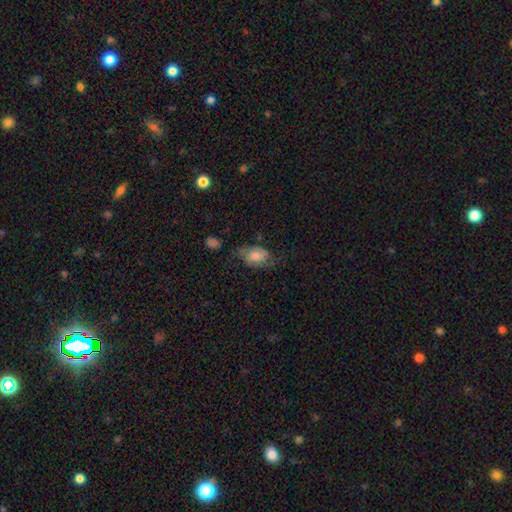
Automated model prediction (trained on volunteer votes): smooth-or-featured: smooth: 49% | featured or disk: 42% | star or artifact: 10%
  merging: none: 52% | minor disturbance: 27% | major disturbance: 18% | merger: 3%